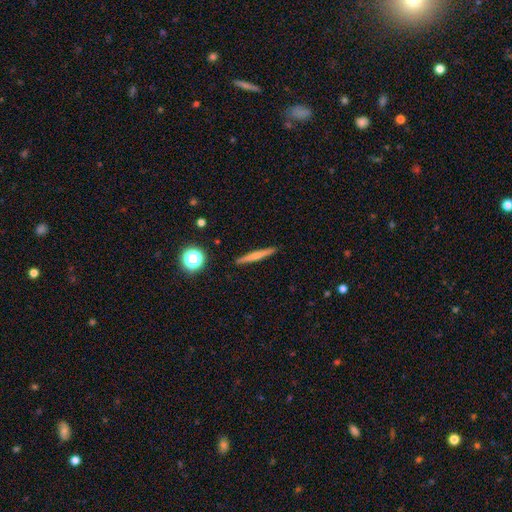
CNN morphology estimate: Smooth or featured? Predicted: smooth (p=0.53). How rounded? Predicted: cigar-shaped (p=0.94). Merging? Predicted: none (p=0.91).